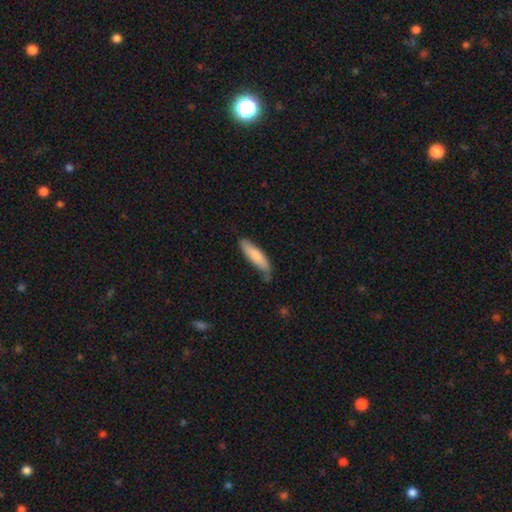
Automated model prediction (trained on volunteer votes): Morphology: type=smooth (80%); roundness=cigar-shaped (67%); merging=none (60%).